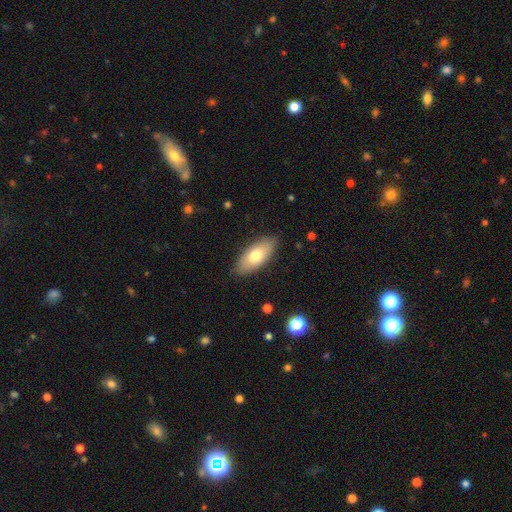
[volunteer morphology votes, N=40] Smooth or featured?
  - smooth: 60% *
  - featured or disk: 32%
  - star or artifact: 8%
How rounded?
  - in between: 88% *
  - cigar-shaped: 8%
  - round: 4%
Merging?
  - none: 89% *
  - minor disturbance: 8%
  - major disturbance: 3%
  - merger: 0%